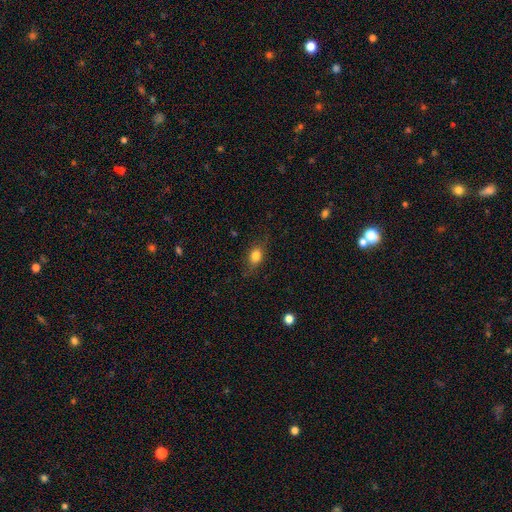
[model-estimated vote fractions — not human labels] This appears to be a smooth galaxy with no disk features (79%) that is in between round and cigar-shaped (72%). Merging: none (76%).